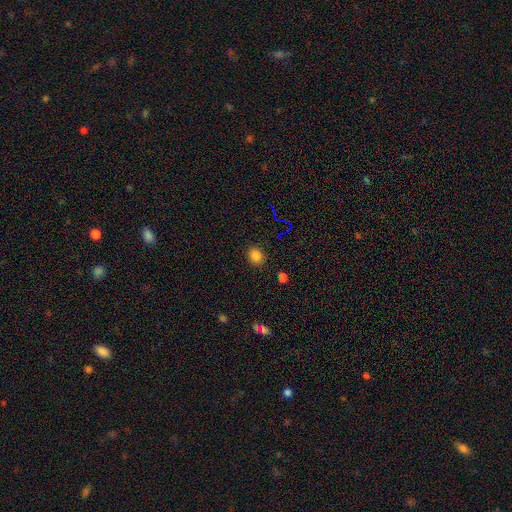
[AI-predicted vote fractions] A smooth galaxy with no disk features (80%) that is round (68%).

Vote fractions:
- Smooth or featured? smooth: 80% / star or artifact: 16% / featured or disk: 5%
- How rounded? round: 68% / in between: 31% / cigar-shaped: 1%
- Merging? none: 88% / minor disturbance: 8% / major disturbance: 3% / merger: 1%